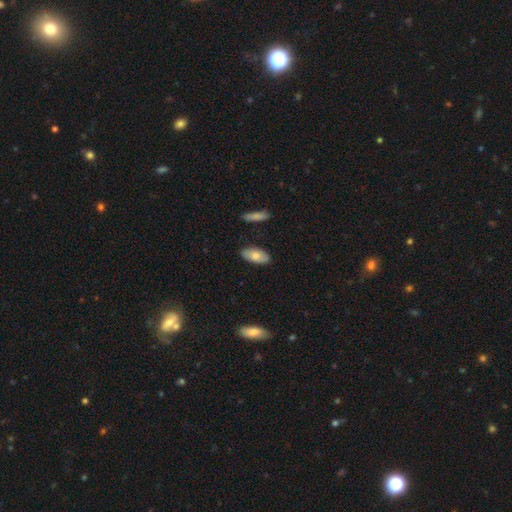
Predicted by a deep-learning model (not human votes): This is likely a smooth galaxy (77%). How rounded: clearly in between (91%). Merging: clearly none (86%).